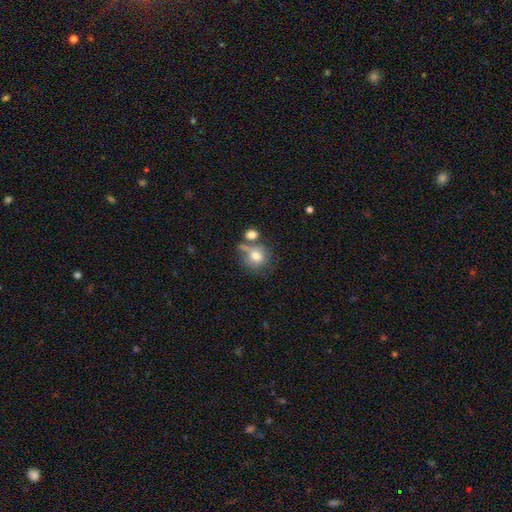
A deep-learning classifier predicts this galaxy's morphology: Smooth or featured? Predicted: smooth (p=0.74). How rounded? Predicted: round (p=0.76). Merging? Predicted: none (p=0.46).